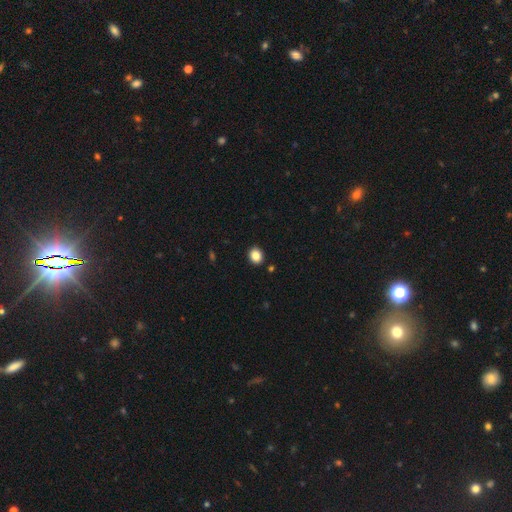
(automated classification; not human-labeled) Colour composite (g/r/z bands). It shows a smooth galaxy with no disk features (86%) that is round (60%). Merging: none (91%).